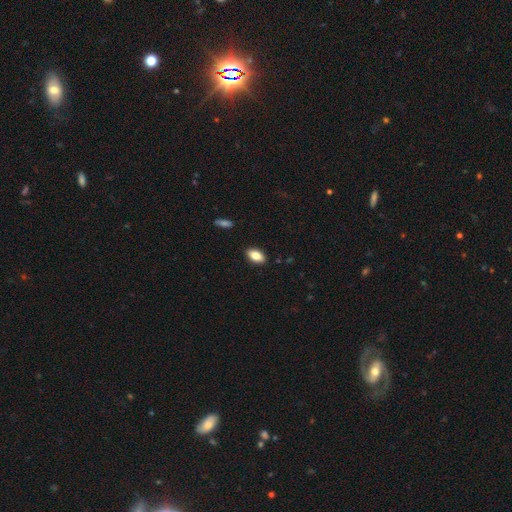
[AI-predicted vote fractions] Smooth or featured? Predicted: smooth (p=0.82). How rounded? Predicted: in between (p=0.92). Merging? Predicted: none (p=0.89).